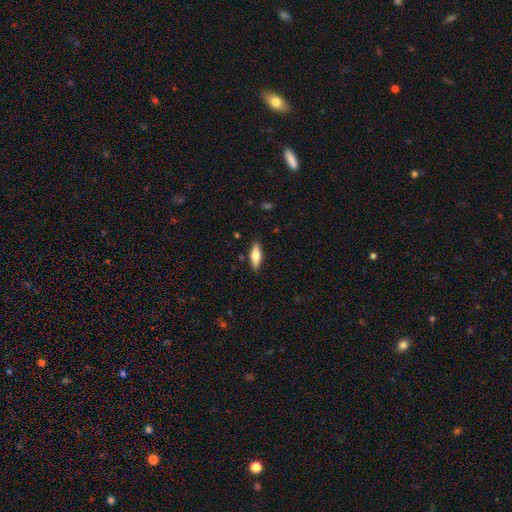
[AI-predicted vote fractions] Overall: smooth (66%; featured or disk 28%). How rounded: in between (60%; cigar-shaped 38%). Merging: none (87%).